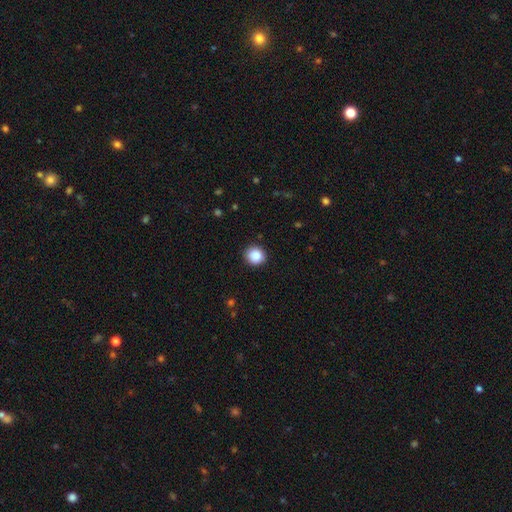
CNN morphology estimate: This is clearly a smooth galaxy (87%). How rounded: clearly round (90%). Merging: clearly none (91%).